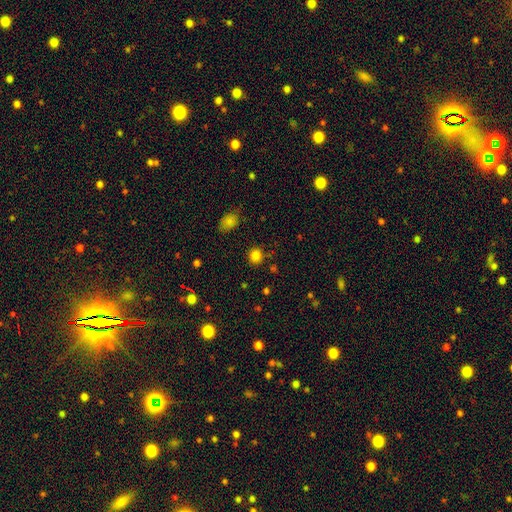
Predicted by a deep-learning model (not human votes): Smooth or featured: smooth — 83% (star or artifact — 13%)
How rounded: round — 83% (in between — 16%)
Merging: none — 85% (minor disturbance — 10%)